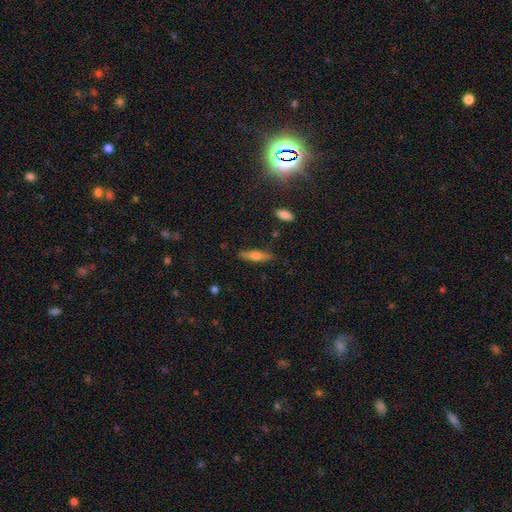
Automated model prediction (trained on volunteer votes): Q: Smooth or featured?
A: smooth (55%); runner-up: featured or disk (38%)
Q: How rounded?
A: cigar-shaped (71%); runner-up: in between (26%)
Q: Merging?
A: none (85%); runner-up: minor disturbance (11%)